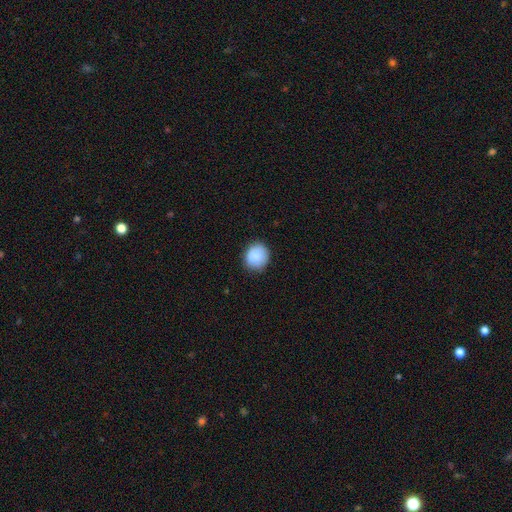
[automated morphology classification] Smooth or featured? Predicted: smooth (p=0.88). How rounded? Predicted: round (p=0.83). Merging? Predicted: none (p=0.85).